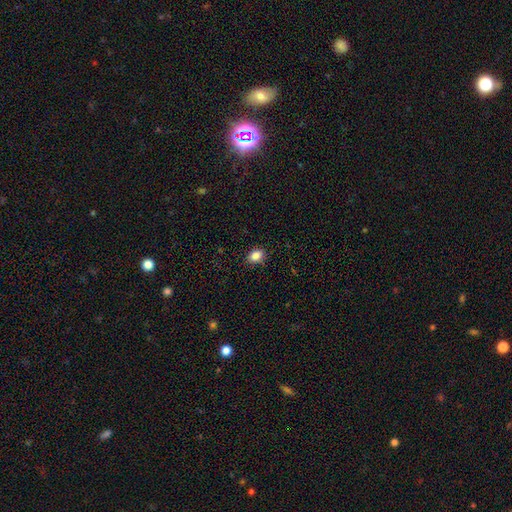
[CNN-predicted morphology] Smooth or featured? Predicted: smooth (p=0.86). How rounded? Predicted: in between (p=0.72). Merging? Predicted: none (p=0.88).